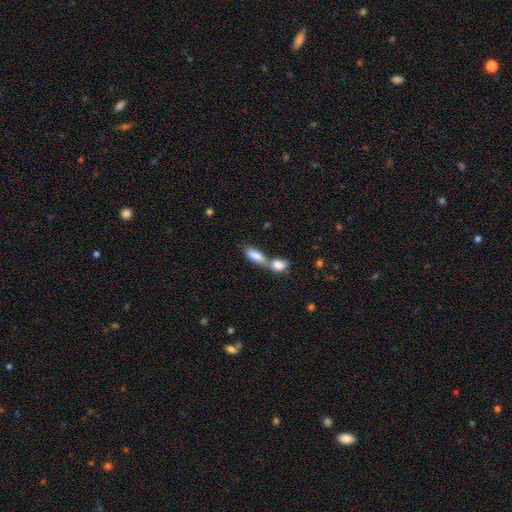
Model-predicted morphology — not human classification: smooth-or-featured: smooth: 82% | featured or disk: 12% | star or artifact: 7%
  how-rounded: in between: 77% | cigar-shaped: 18% | round: 4%
  merging: merger: 69% | none: 21% | minor disturbance: 7% | major disturbance: 4%